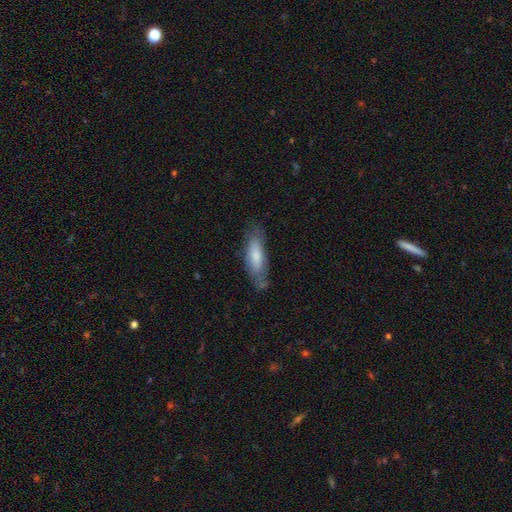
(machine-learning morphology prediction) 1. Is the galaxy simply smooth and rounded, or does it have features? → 71% smooth, 23% featured or disk, 6% star or artifact.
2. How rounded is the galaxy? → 57% in between, 42% cigar-shaped, 2% round.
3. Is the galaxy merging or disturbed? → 66% none, 24% minor disturbance, 7% major disturbance, 3% merger.